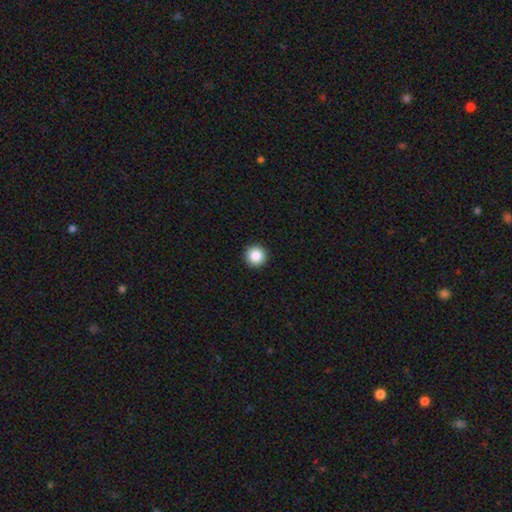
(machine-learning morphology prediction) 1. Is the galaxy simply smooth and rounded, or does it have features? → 86% smooth, 10% star or artifact, 4% featured or disk.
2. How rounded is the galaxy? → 96% round, 3% in between, 1% cigar-shaped.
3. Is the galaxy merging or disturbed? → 94% none, 4% minor disturbance, 1% major disturbance, 1% merger.